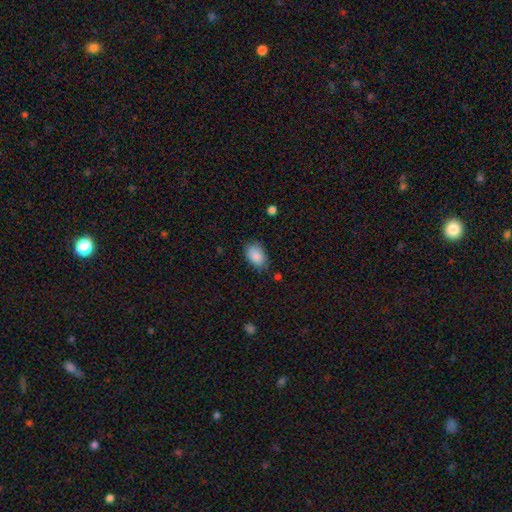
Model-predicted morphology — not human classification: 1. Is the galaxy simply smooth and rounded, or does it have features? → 88% smooth, 7% star or artifact, 5% featured or disk.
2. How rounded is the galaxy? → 84% in between, 15% round, 1% cigar-shaped.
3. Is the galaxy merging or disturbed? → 76% none, 19% minor disturbance, 4% major disturbance, 2% merger.